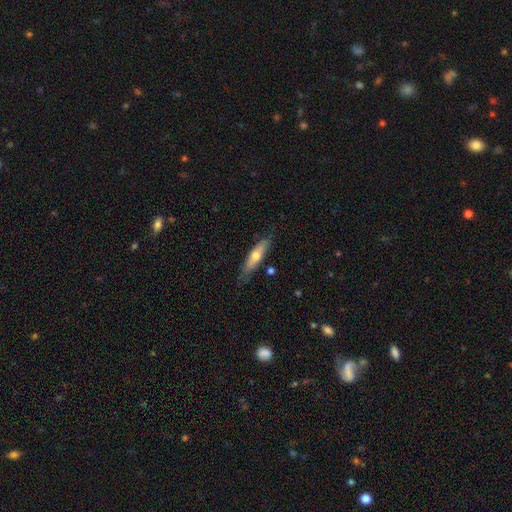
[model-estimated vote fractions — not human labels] This is possibly a smooth galaxy (56%). How rounded: likely cigar-shaped (68%). Merging: likely none (75%).